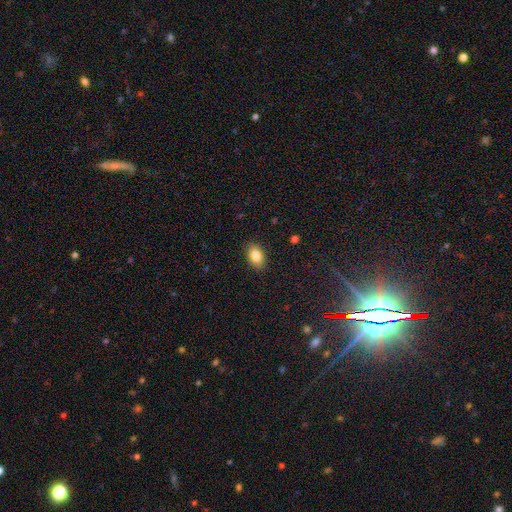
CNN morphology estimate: Overall: smooth (83%). How rounded: in between (86%). Merging: none (88%).